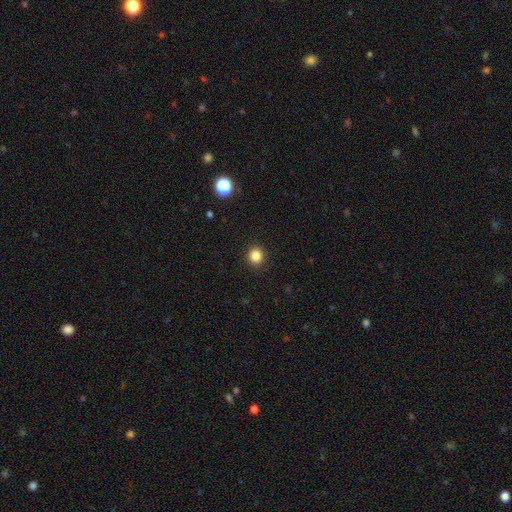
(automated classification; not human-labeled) smooth-or-featured: smooth: 84% | star or artifact: 12% | featured or disk: 4%
  how-rounded: round: 87% | in between: 12% | cigar-shaped: 1%
  merging: none: 92% | minor disturbance: 5% | major disturbance: 2% | merger: 1%